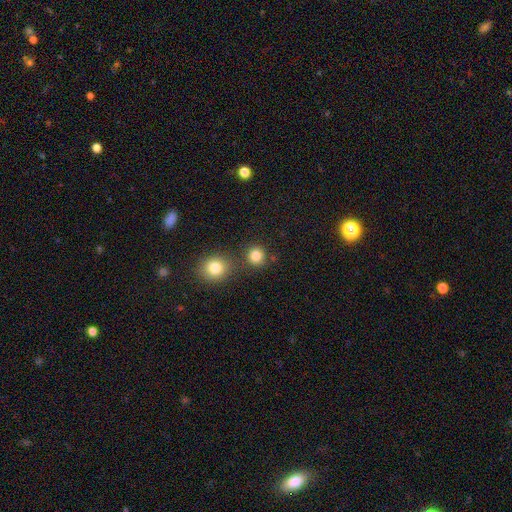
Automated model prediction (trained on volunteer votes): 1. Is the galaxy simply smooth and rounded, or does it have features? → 83% smooth, 12% star or artifact, 5% featured or disk.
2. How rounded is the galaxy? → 90% round, 9% in between, 1% cigar-shaped.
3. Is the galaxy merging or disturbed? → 77% none, 12% merger, 8% minor disturbance, 3% major disturbance.